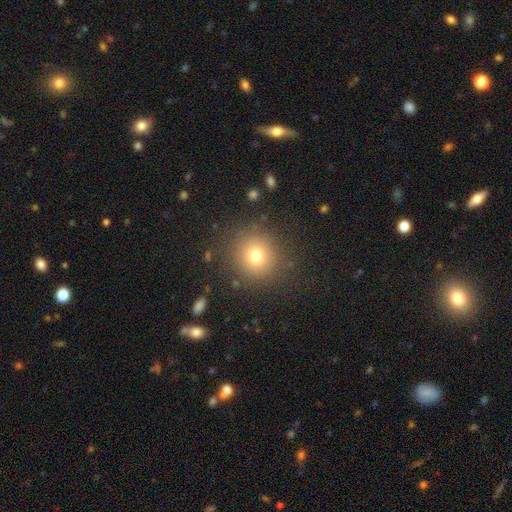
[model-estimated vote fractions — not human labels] This is likely a smooth galaxy (75%). How rounded: clearly round (91%). Merging: clearly none (88%).